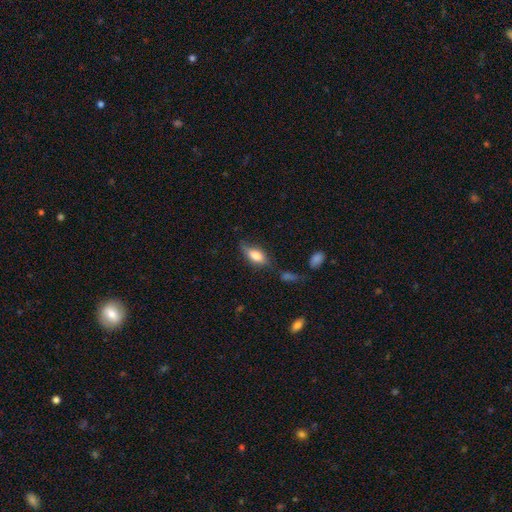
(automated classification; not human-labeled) smooth_or_featured: smooth (p=0.75) [alt: featured or disk p=0.18]
how_rounded: in between (p=0.81) [alt: cigar-shaped p=0.15]
merging: none (p=0.61) [alt: minor disturbance p=0.26]